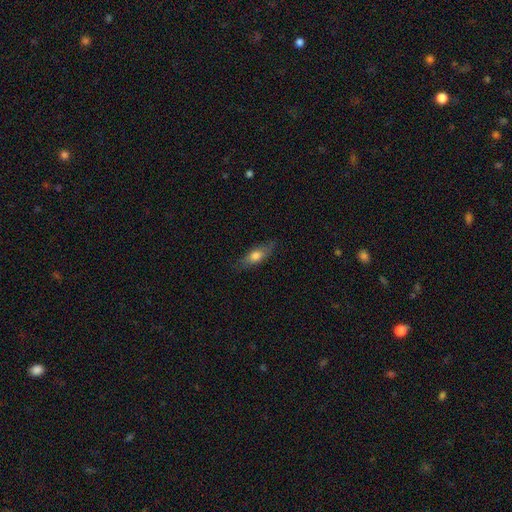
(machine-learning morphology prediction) smooth 66%, featured or disk 27%, star or artifact 7%. Down the decision tree: how rounded — in between (63%); merging — none (77%).